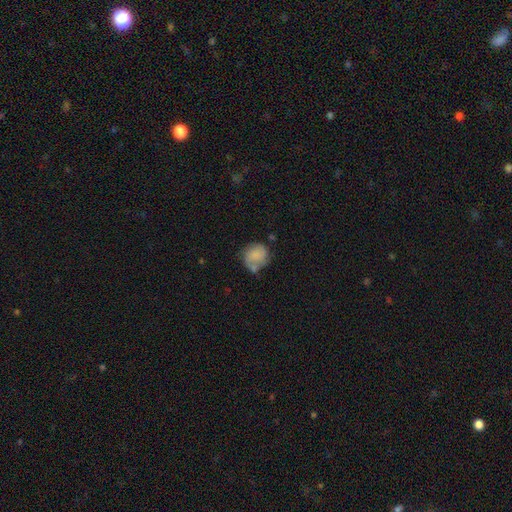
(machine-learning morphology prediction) Smooth or featured: smooth — 66% (featured or disk — 26%)
How rounded: round — 80% (in between — 19%)
Merging: none — 49% (minor disturbance — 27%)